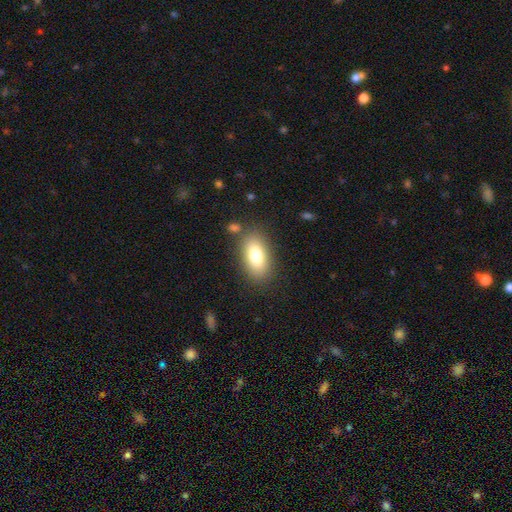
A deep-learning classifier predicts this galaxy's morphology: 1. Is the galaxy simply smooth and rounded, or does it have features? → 78% smooth, 14% featured or disk, 8% star or artifact.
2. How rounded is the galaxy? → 90% in between, 5% round, 5% cigar-shaped.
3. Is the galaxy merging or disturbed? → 81% none, 11% minor disturbance, 4% merger, 4% major disturbance.